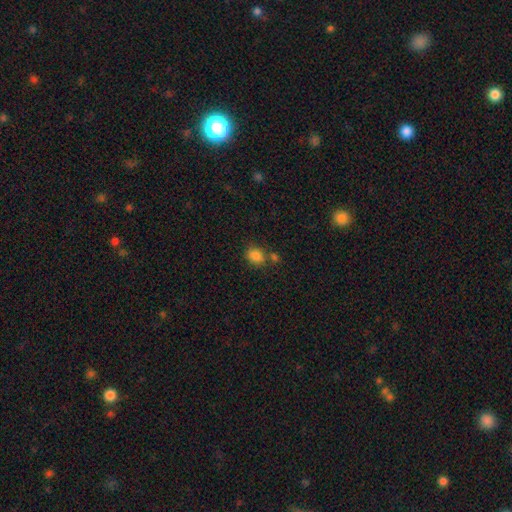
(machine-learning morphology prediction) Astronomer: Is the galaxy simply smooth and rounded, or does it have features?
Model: smooth — 83%.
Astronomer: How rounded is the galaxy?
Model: in between — 51% (runner-up: round, 48%).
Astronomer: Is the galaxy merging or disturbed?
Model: none — 62%.